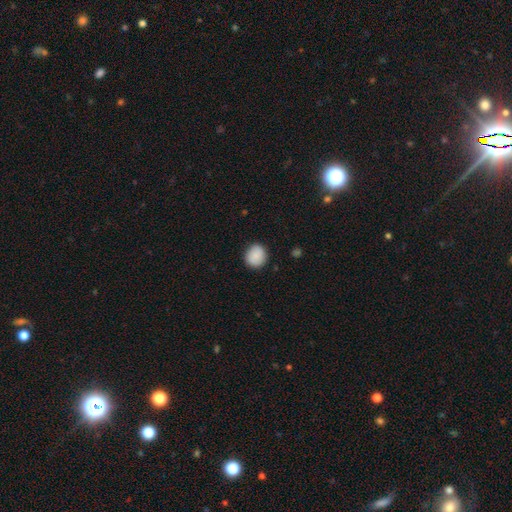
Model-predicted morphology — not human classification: Smooth or featured? smooth (88%)
How rounded? round (77%)
Merging? none (86%)